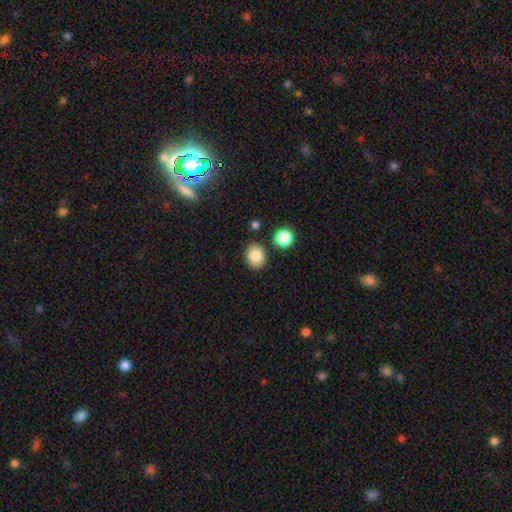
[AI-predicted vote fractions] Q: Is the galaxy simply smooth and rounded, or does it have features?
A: smooth — 84%.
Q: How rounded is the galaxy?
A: round — 58%.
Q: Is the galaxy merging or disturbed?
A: none — 85%.